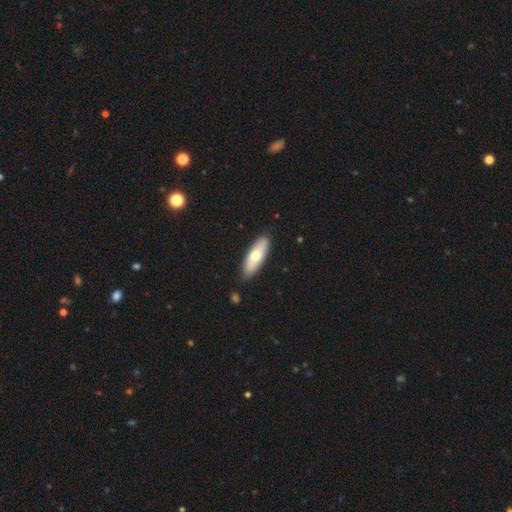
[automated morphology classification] Q: Smooth or featured?
A: smooth (64%); runner-up: featured or disk (30%)
Q: How rounded?
A: in between (63%); runner-up: cigar-shaped (35%)
Q: Merging?
A: none (85%); runner-up: minor disturbance (11%)